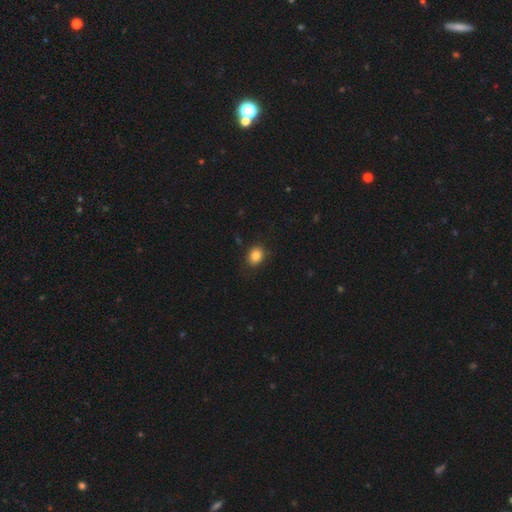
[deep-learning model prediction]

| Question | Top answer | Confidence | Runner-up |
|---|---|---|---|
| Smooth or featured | smooth | 83% | star or artifact (10%) |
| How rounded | round | 51% | in between (48%) |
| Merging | none | 87% | minor disturbance (10%) |